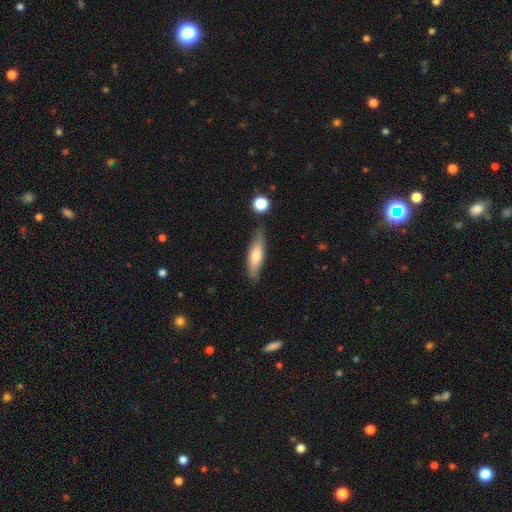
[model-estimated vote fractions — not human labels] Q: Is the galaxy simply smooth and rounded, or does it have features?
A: smooth — 67%.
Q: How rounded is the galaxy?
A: cigar-shaped — 62%.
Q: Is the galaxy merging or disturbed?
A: none — 77%.